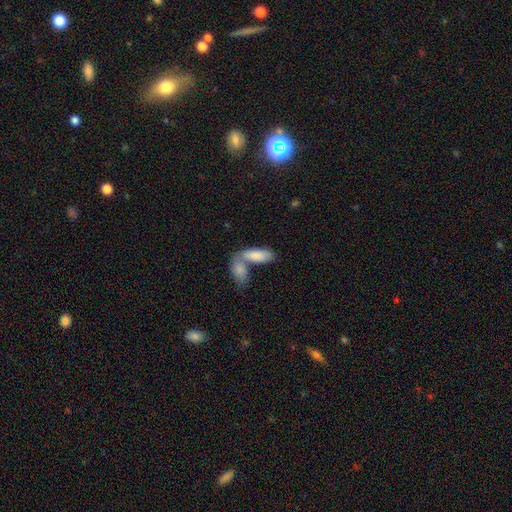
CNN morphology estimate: This is clearly a smooth galaxy (85%). How rounded: clearly in between (81%). Merging: possibly merger (58%).